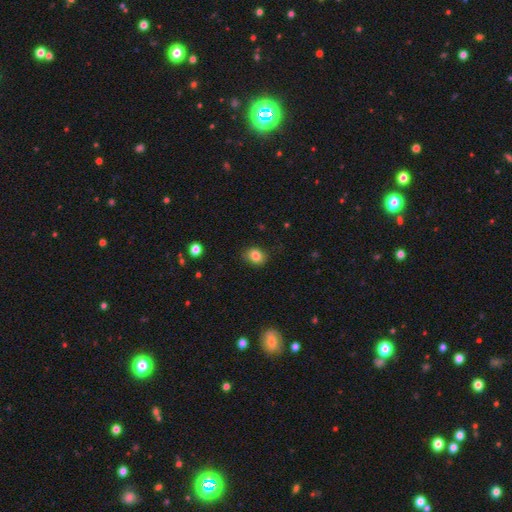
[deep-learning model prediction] Morphology: type=smooth (83%); roundness=in between (56%); merging=none (75%).